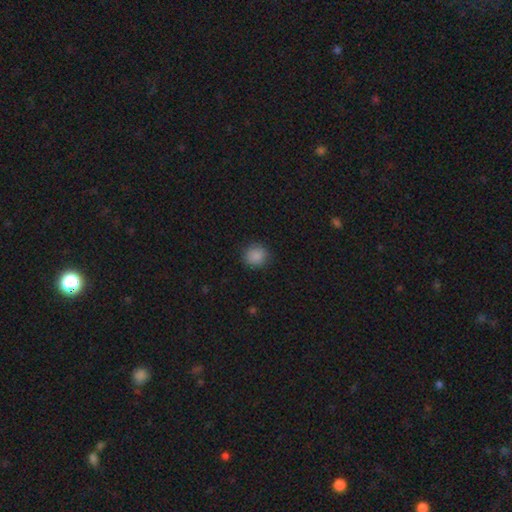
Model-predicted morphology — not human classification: The model was most divided on "smooth or featured": smooth: 87%, star or artifact: 10%, featured or disk: 3%. More confident: merging — none (89%); how rounded — round (88%).